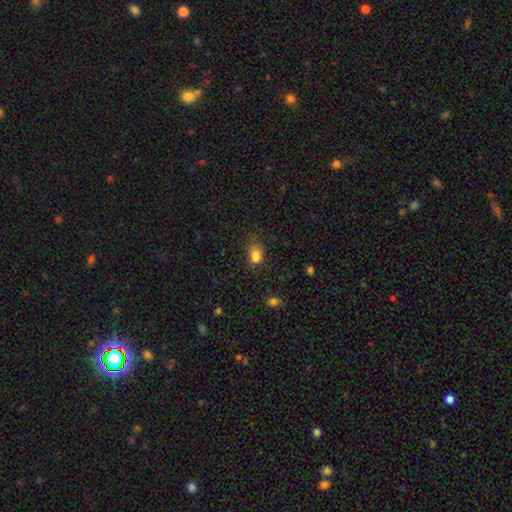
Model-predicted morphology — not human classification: smooth_or_featured: smooth (p=0.80) [alt: star or artifact p=0.13]
how_rounded: in between (p=0.75) [alt: round p=0.23]
merging: none (p=0.58) [alt: minor disturbance p=0.27]